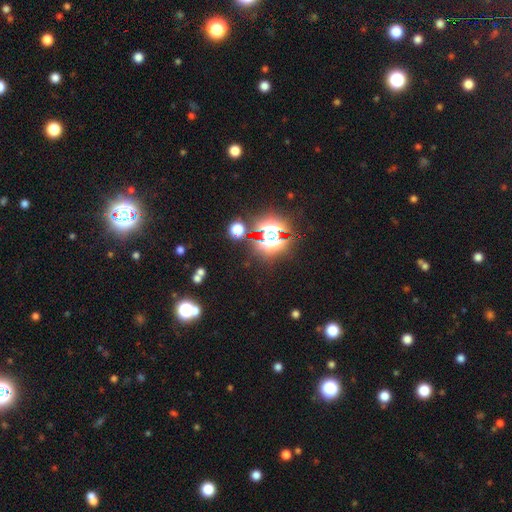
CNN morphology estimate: Overall: star or artifact (80%).